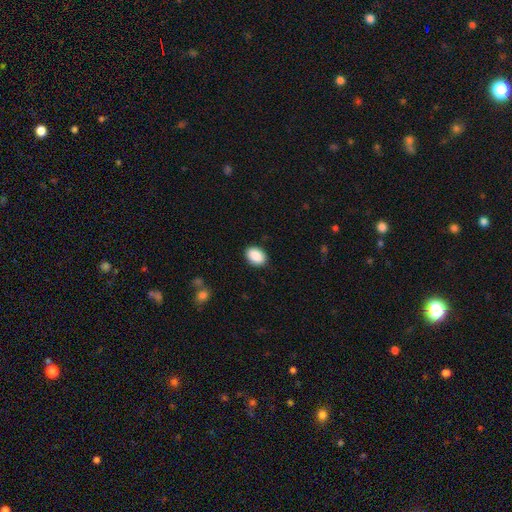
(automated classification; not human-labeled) A smooth galaxy with no disk features (90%) that is in between round and cigar-shaped (82%).

Vote fractions:
- Smooth or featured? smooth: 90% / star or artifact: 7% / featured or disk: 3%
- How rounded? in between: 82% / round: 17% / cigar-shaped: 1%
- Merging? none: 89% / minor disturbance: 8% / major disturbance: 2% / merger: 1%